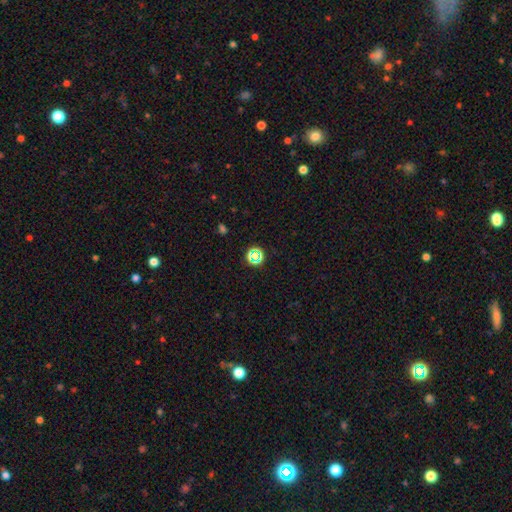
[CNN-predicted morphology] Smooth or featured? star or artifact (62%)